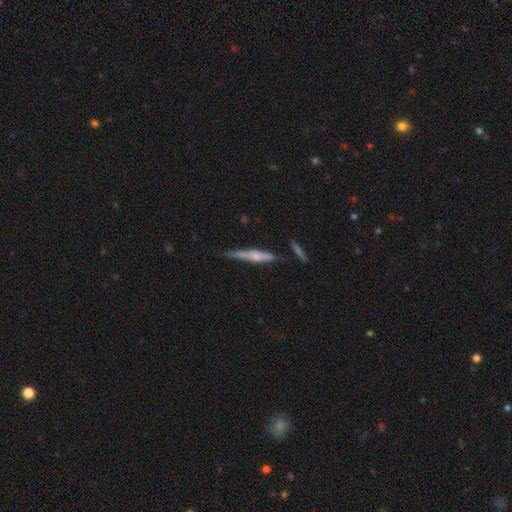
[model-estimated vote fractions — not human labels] Overall: featured or disk (50%; smooth 44%). Merging: none (66%).